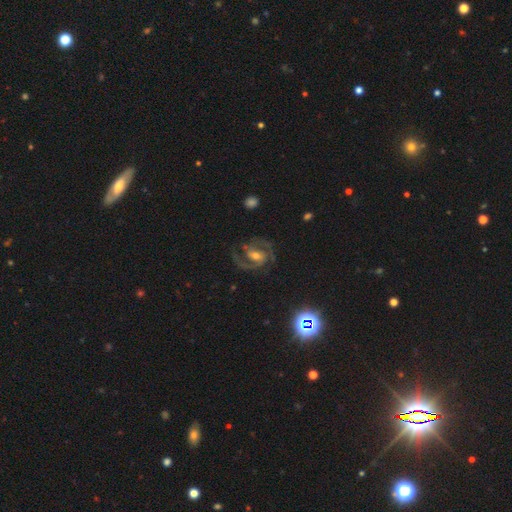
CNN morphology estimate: A featured or disk galaxy (88%) with a weak bar (45%), 2 (77%) medium (57%) spiral arms (97%) and a moderate central bulge (58%).

Vote fractions:
- Smooth or featured? featured or disk: 88% / star or artifact: 6% / smooth: 6%
- Edge-on disk? no: 98% / yes: 2%
- Bar? weak: 45% / strong: 30% / no: 26%
- Spiral arms? yes: 97% / no: 3%
- Spiral winding? medium: 57% / tight: 32% / loose: 11%
- Spiral arm count? 2: 77% / 3: 11% / can't tell: 5% / 1: 3% / 4: 2% / more than 4: 2%
- Bulge size? moderate: 58% / small: 34% / large: 6% / none: 2% / dominant: 1%
- Merging? none: 73% / minor disturbance: 15% / major disturbance: 10% / merger: 2%